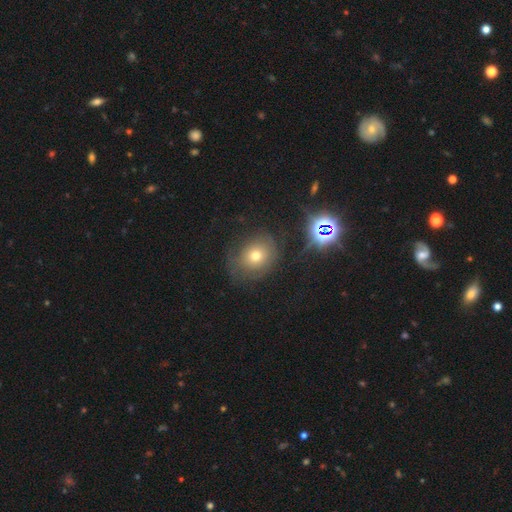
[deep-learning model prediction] Overall: smooth (51%; featured or disk 28%). How rounded: round (66%; in between 33%). Merging: none (67%).